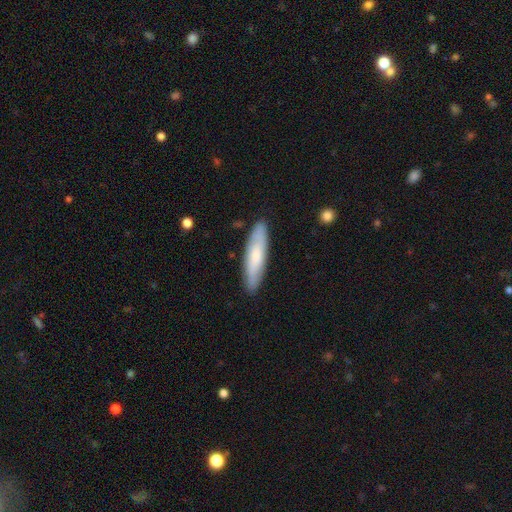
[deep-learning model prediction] smooth 65%, featured or disk 29%, star or artifact 6%. Down the decision tree: how rounded — cigar-shaped (74%); merging — none (87%).